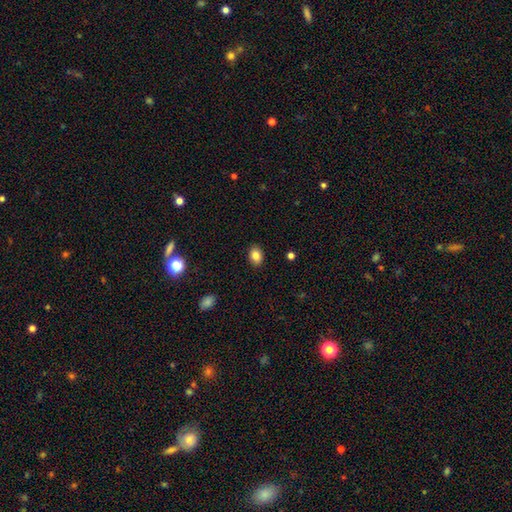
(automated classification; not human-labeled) Smooth or featured: smooth — 84% (star or artifact — 9%)
How rounded: in between — 71% (round — 27%)
Merging: none — 89% (minor disturbance — 8%)